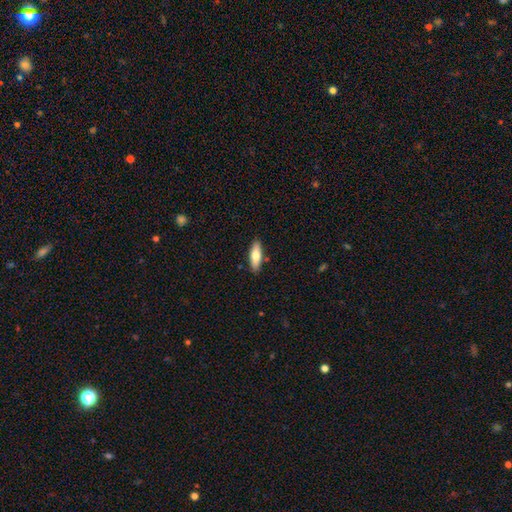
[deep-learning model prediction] Q: Smooth or featured?
A: smooth (69%); runner-up: featured or disk (25%)
Q: How rounded?
A: in between (55%); runner-up: cigar-shaped (43%)
Q: Merging?
A: none (86%); runner-up: minor disturbance (10%)